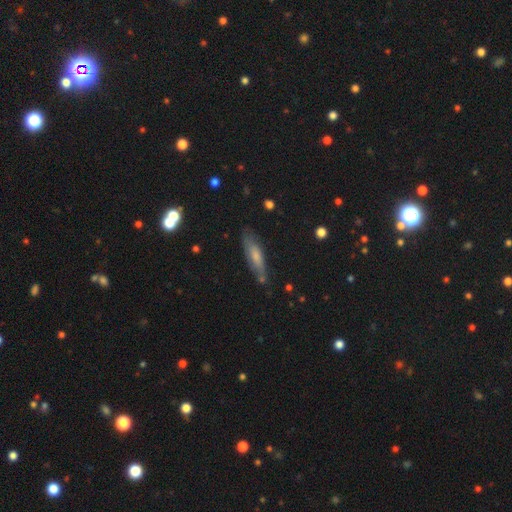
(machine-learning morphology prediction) smooth 61%, featured or disk 32%, star or artifact 7%. Down the decision tree: how rounded — cigar-shaped (64%); merging — none (71%).